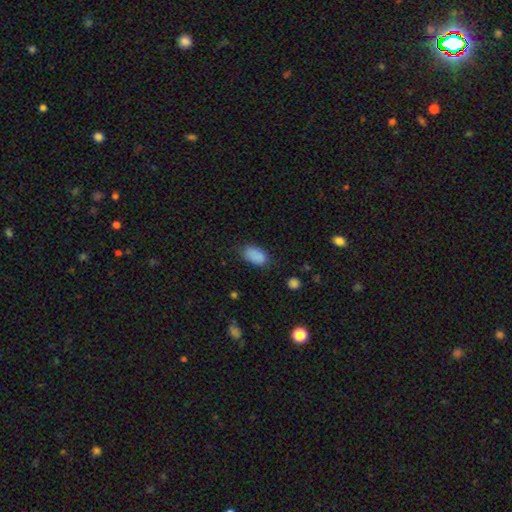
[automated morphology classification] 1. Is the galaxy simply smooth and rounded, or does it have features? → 86% smooth, 9% star or artifact, 5% featured or disk.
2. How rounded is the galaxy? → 92% in between, 6% round, 2% cigar-shaped.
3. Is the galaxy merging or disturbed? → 70% none, 22% minor disturbance, 6% major disturbance, 2% merger.